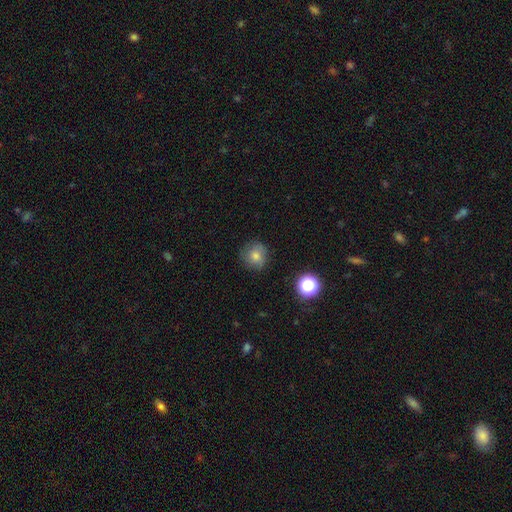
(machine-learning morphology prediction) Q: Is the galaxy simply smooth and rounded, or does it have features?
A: smooth — 71%.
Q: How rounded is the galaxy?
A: round — 88%.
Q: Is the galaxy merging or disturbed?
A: none — 82%.